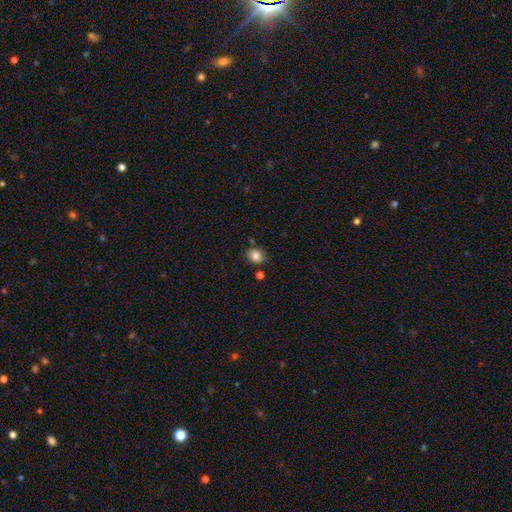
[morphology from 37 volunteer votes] type=smooth (84%); roundness=round (81%); merging=none (72%).